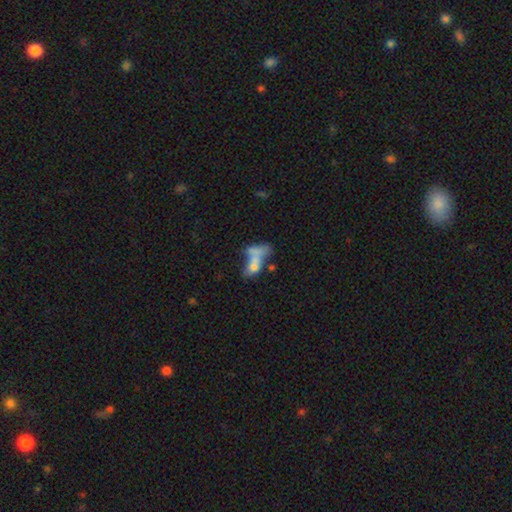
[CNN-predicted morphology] A smooth galaxy with no disk features (55%) that is in between round and cigar-shaped (74%). Merging: merger (51%).